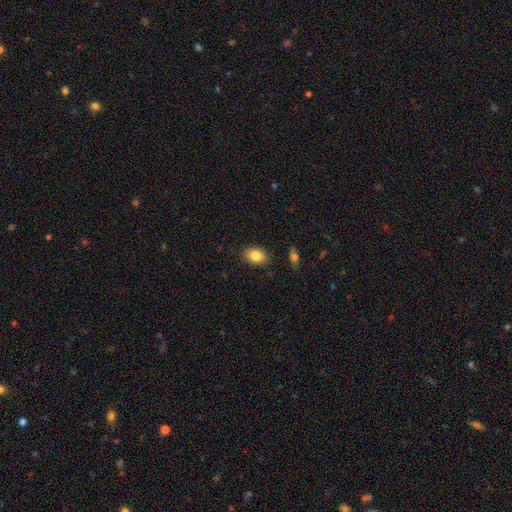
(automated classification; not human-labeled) Overall: smooth (84%). How rounded: in between (77%). Merging: none (87%).